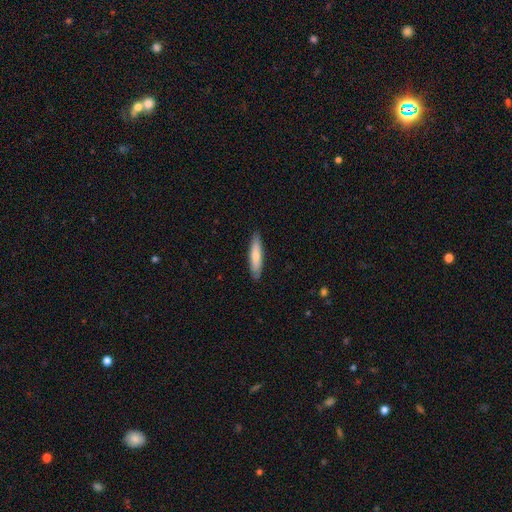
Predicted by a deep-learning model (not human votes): Smooth or featured: smooth — 72% (featured or disk — 22%)
How rounded: cigar-shaped — 79% (in between — 20%)
Merging: none — 87% (minor disturbance — 10%)